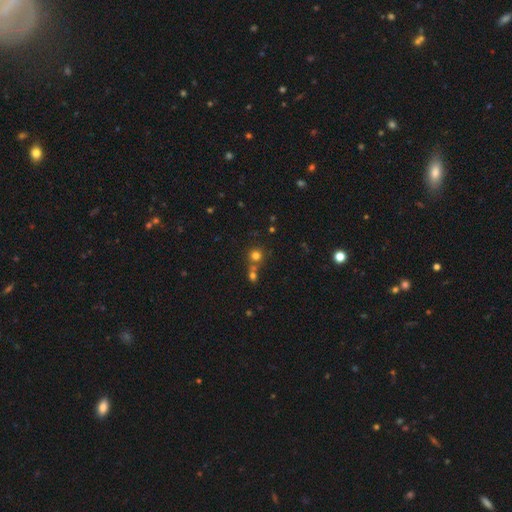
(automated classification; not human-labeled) This appears to be a smooth galaxy with no disk features (73%) that is round (91%). Merging: none (57%).